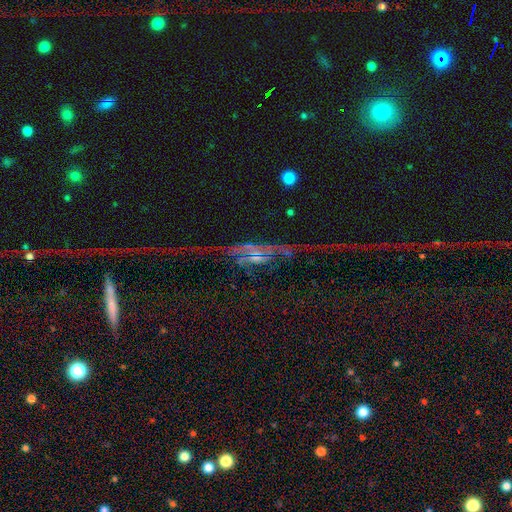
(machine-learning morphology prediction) A featured or disk galaxy (56%).

Vote fractions:
- Smooth or featured? featured or disk: 56% / star or artifact: 27% / smooth: 17%
- Edge-on disk? no: 56% / yes: 44%
- Merging? none: 46% / major disturbance: 28% / minor disturbance: 18% / merger: 8%